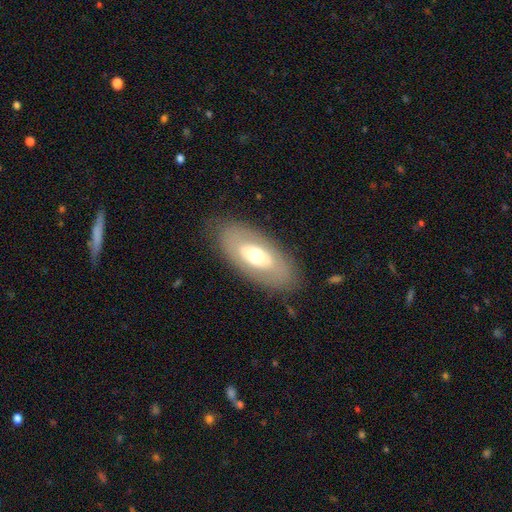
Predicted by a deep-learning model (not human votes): Morphology: type=smooth (48%); merging=none (82%).